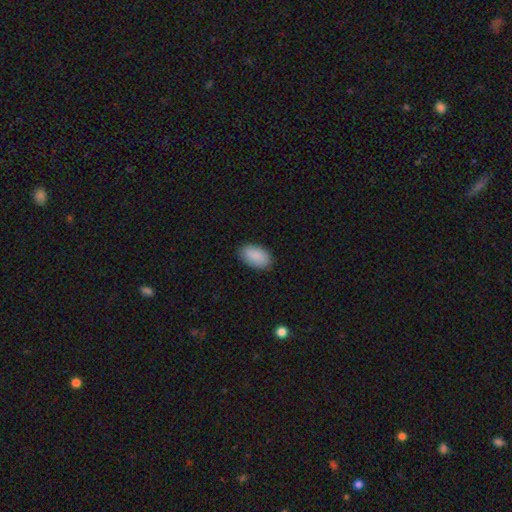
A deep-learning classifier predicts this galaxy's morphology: A smooth galaxy with no disk features (88%) that is in between round and cigar-shaped (95%).

Vote fractions:
- Smooth or featured? smooth: 88% / star or artifact: 6% / featured or disk: 6%
- How rounded? in between: 95% / round: 4% / cigar-shaped: 2%
- Merging? none: 87% / minor disturbance: 10% / major disturbance: 2% / merger: 1%